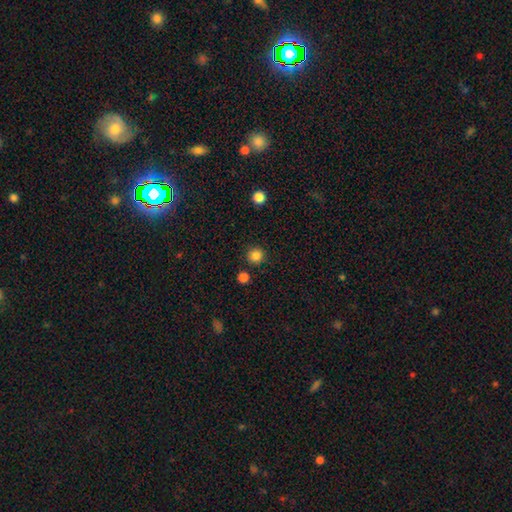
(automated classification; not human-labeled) This is clearly a smooth galaxy (84%). How rounded: clearly round (95%). Merging: clearly none (89%).